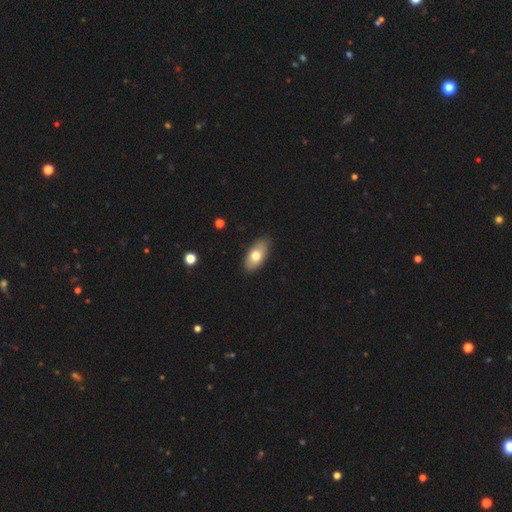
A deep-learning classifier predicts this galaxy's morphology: Overall: smooth (72%). How rounded: in between (90%). Merging: none (87%).